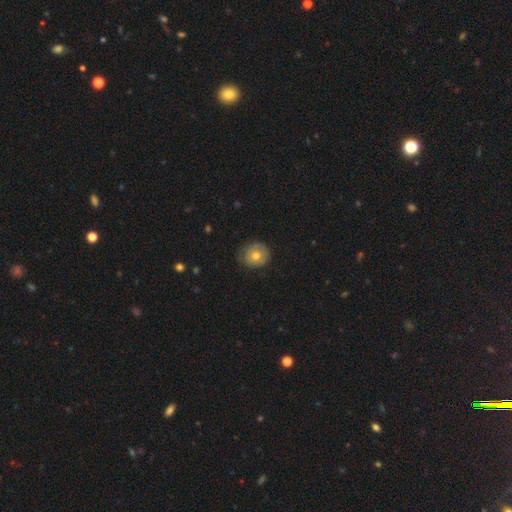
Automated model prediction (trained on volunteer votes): Overall: smooth (66%; featured or disk 26%). How rounded: round (84%). Merging: none (71%).